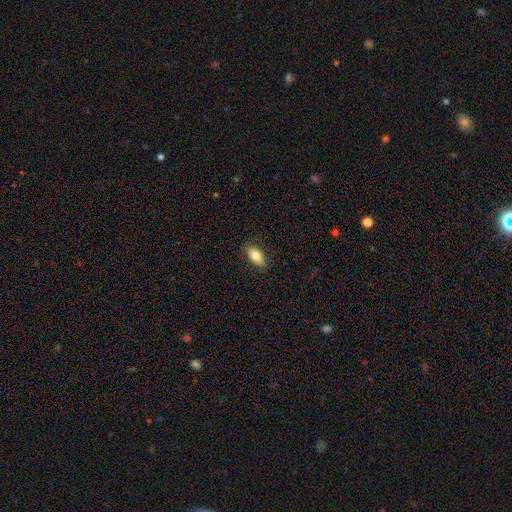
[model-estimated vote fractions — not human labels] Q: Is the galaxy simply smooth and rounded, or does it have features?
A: smooth — 77%.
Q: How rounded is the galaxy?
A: in between — 87%.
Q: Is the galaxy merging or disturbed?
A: none — 87%.